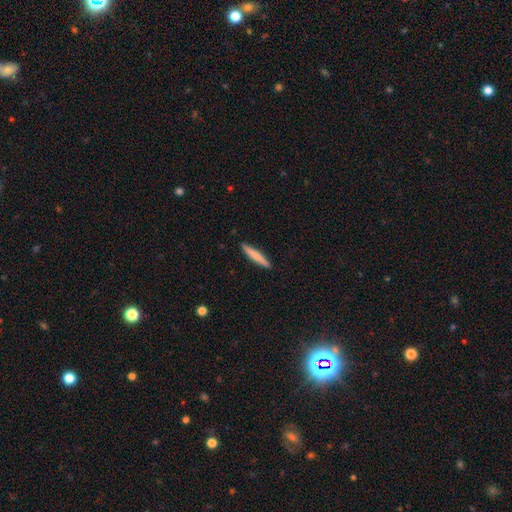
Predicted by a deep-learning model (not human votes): A smooth galaxy with no disk features (72%) that is cigar-shaped (93%). Merging: none (90%).